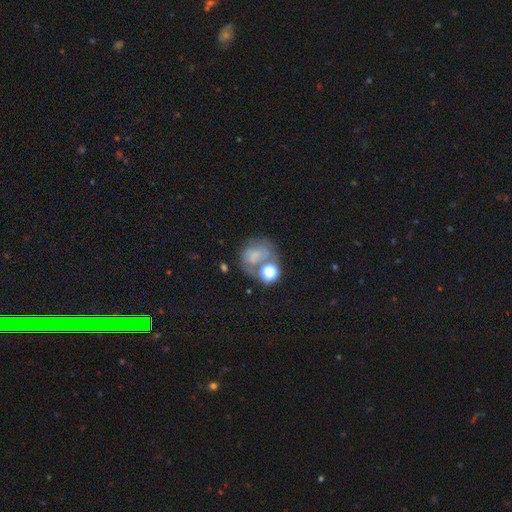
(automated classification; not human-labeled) The model was most divided on "merging": none: 34%, merger: 25%, major disturbance: 23%, minor disturbance: 18%. More confident: how rounded — round (58%); smooth or featured — smooth (54%).